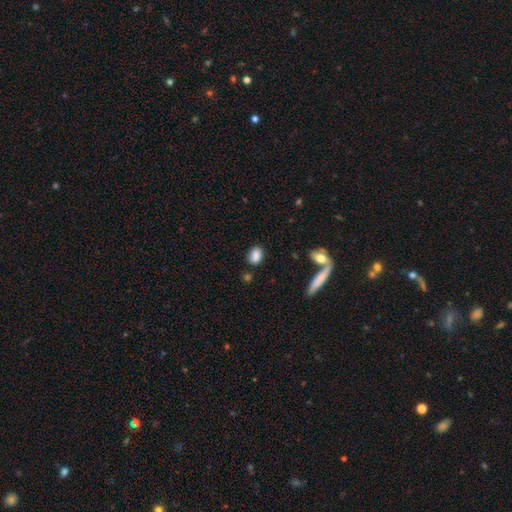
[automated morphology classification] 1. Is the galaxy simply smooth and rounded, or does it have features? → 86% smooth, 8% star or artifact, 6% featured or disk.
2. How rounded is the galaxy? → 75% in between, 22% round, 2% cigar-shaped.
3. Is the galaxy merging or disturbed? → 80% none, 12% minor disturbance, 5% merger, 3% major disturbance.